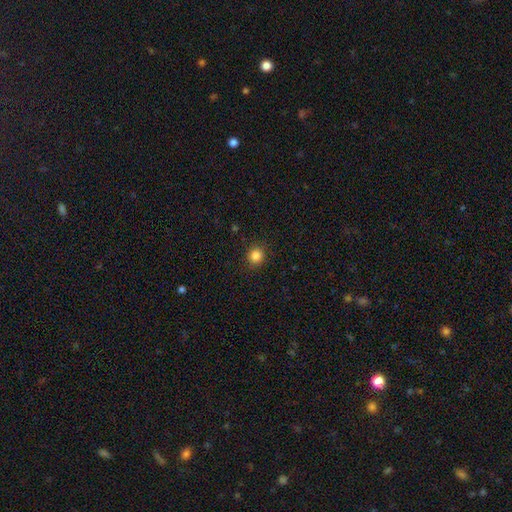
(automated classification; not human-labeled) Smooth or featured? smooth (84%)
How rounded? round (88%)
Merging? none (90%)